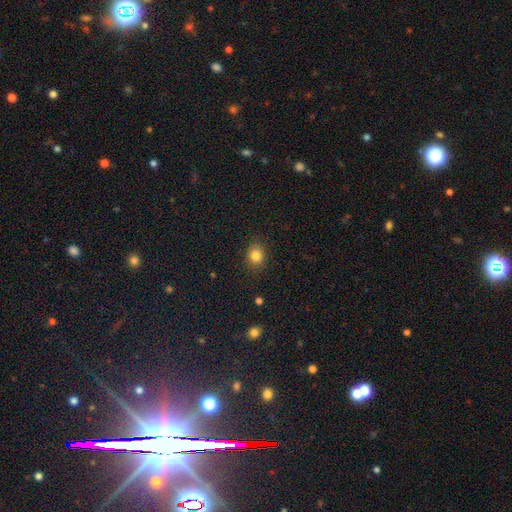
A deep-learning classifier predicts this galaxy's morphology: Smooth or featured? Predicted: smooth (p=0.83). How rounded? Predicted: round (p=0.65). Merging? Predicted: none (p=0.87).